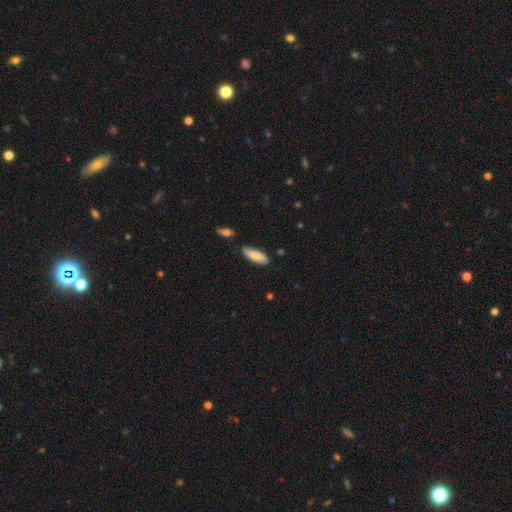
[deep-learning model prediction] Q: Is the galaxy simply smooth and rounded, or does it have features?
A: smooth — 83%.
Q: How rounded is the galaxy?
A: in between — 61%.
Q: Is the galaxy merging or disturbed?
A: none — 79%.